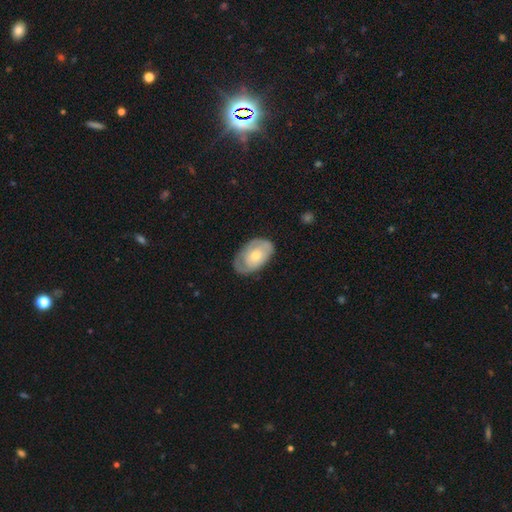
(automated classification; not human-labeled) Morphology: type=smooth (48%); merging=none (65%).